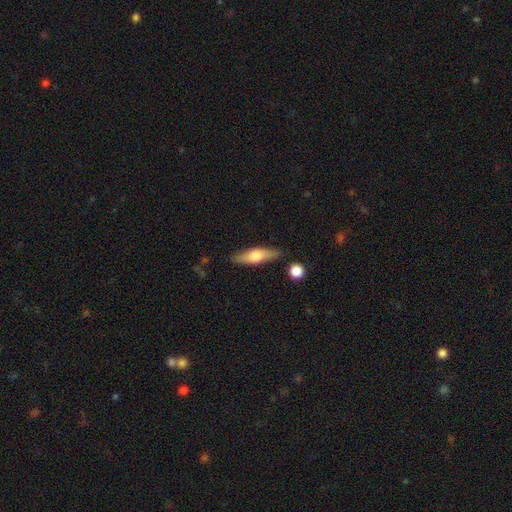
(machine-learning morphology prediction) A smooth galaxy with no disk features (53%) that is cigar-shaped (61%). Merging: none (83%).